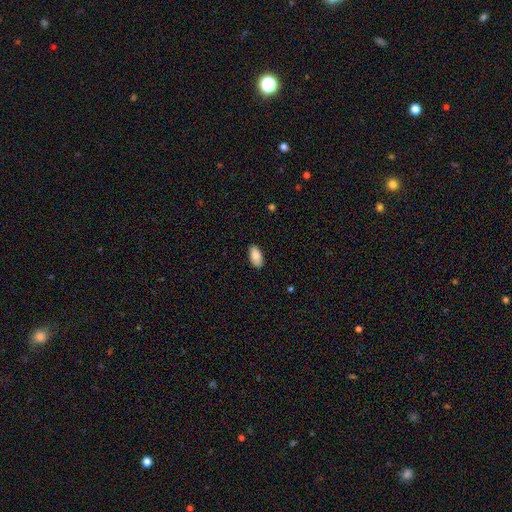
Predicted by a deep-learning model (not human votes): Morphology: type=smooth (87%); roundness=in between (93%); merging=none (88%).